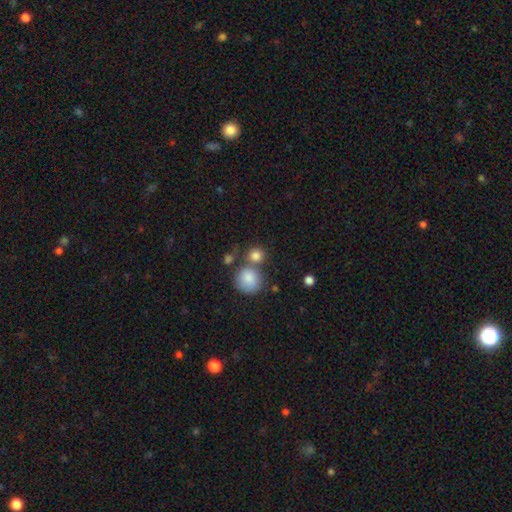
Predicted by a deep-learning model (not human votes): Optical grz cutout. It shows a smooth galaxy with no disk features (83%) that is round (86%). Merging: none (57%).